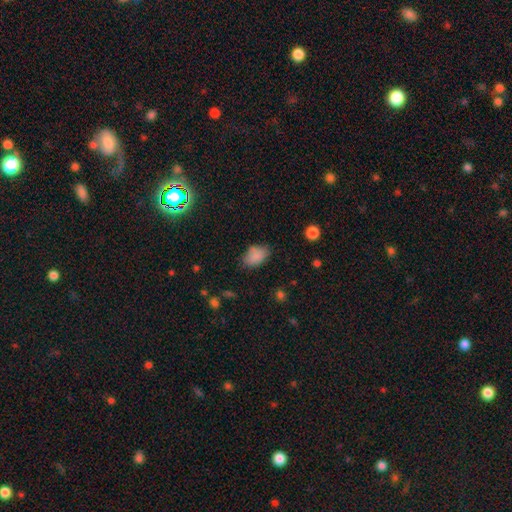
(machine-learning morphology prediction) smooth-or-featured: smooth: 85% | star or artifact: 9% | featured or disk: 6%
  how-rounded: in between: 89% | round: 10% | cigar-shaped: 1%
  merging: none: 69% | minor disturbance: 22% | major disturbance: 6% | merger: 3%